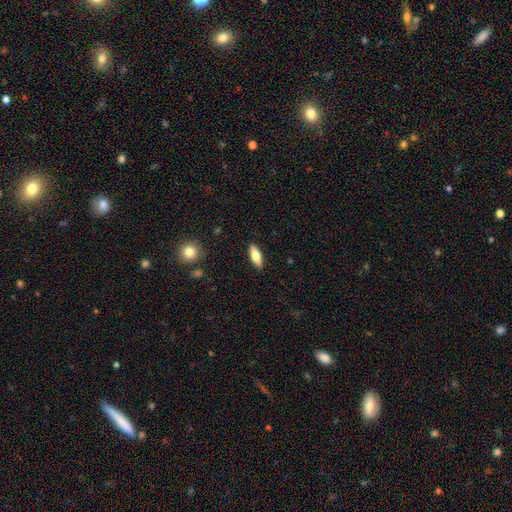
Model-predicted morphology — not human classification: type=smooth (67%); roundness=in between (61%); merging=none (89%).